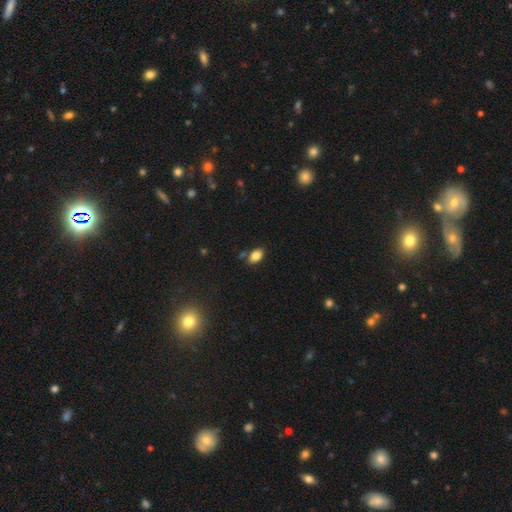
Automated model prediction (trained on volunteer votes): This is clearly a smooth galaxy (85%). How rounded: clearly in between (90%). Merging: likely none (75%).